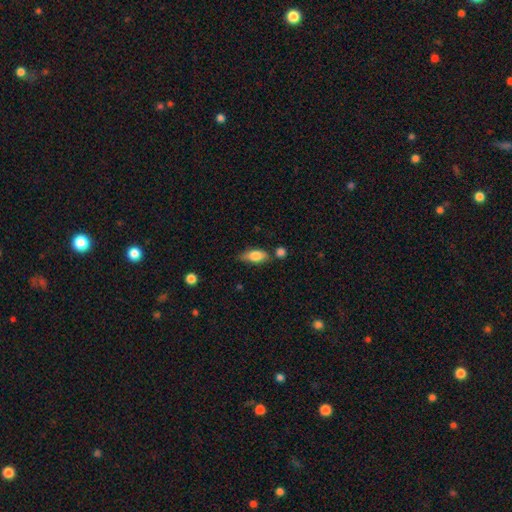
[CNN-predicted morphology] Smooth or featured: smooth — 75% (featured or disk — 18%)
How rounded: in between — 78% (cigar-shaped — 17%)
Merging: none — 56% (minor disturbance — 25%)